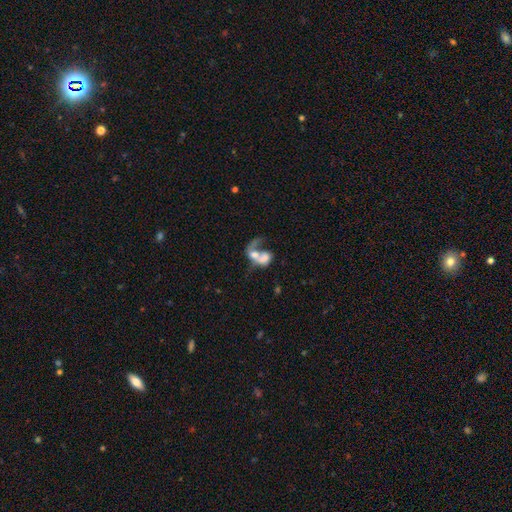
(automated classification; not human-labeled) Q: Smooth or featured?
A: featured or disk (51%); runner-up: smooth (39%)
Q: Edge-on disk?
A: no (97%); runner-up: yes (3%)
Q: Merging?
A: merger (66%); runner-up: major disturbance (19%)